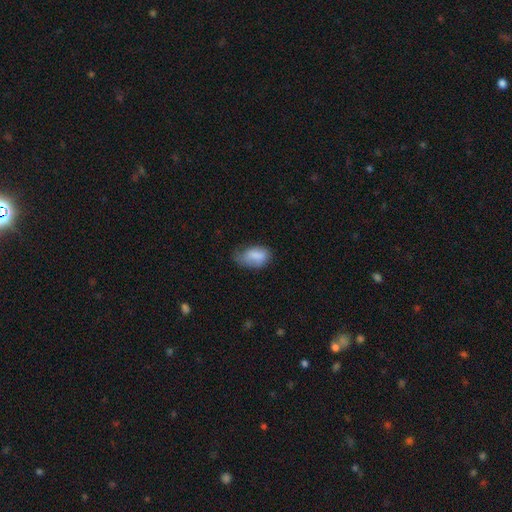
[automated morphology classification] smooth_or_featured: smooth (p=0.82) [alt: featured or disk p=0.11]
how_rounded: in between (p=0.91) [alt: round p=0.07]
merging: none (p=0.42) [alt: minor disturbance p=0.40]